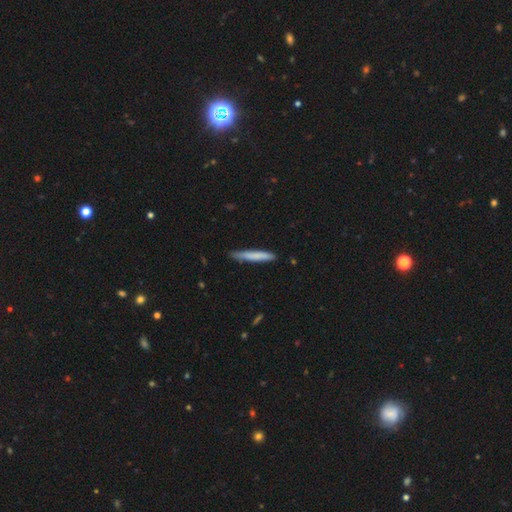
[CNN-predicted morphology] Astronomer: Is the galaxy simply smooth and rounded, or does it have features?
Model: smooth — 75%.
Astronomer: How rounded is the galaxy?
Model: cigar-shaped — 95%.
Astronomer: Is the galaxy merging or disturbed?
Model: none — 81%.